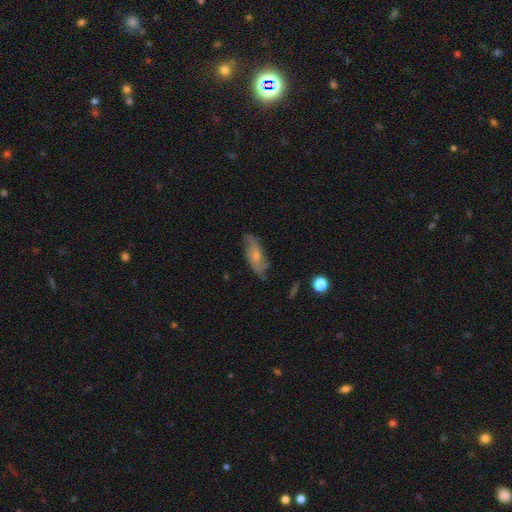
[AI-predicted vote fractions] featured or disk 59%, smooth 34%, star or artifact 7%. Down the decision tree: edge-on disk — no (84%); merging — none (68%).